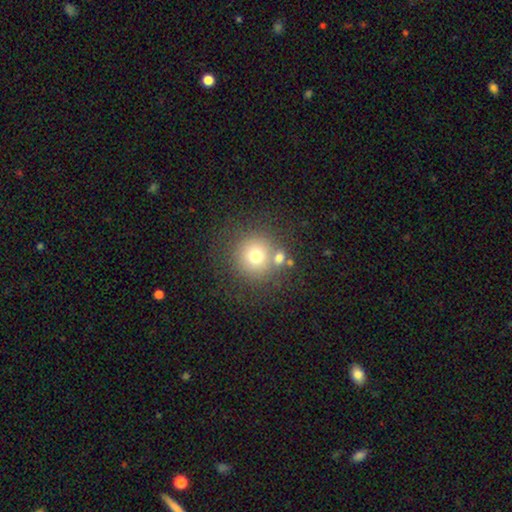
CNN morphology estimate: Overall: smooth (72%). How rounded: round (93%). Merging: none (68%).